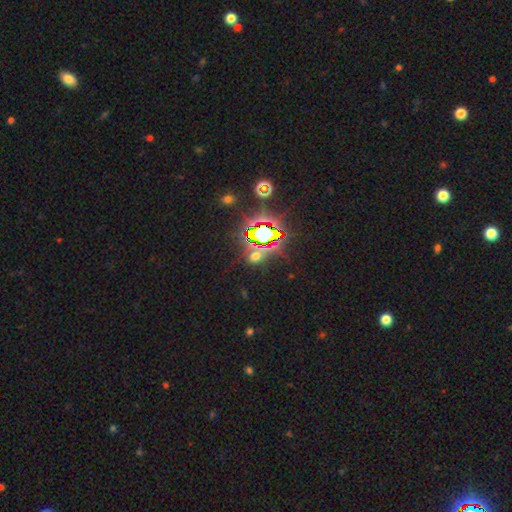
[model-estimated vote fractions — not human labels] Overall: star or artifact (63%; smooth 28%).